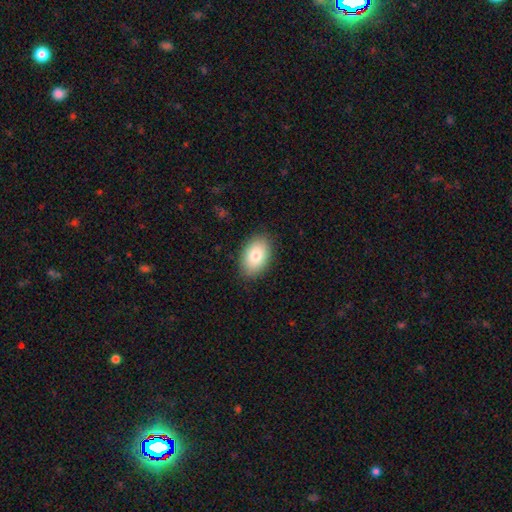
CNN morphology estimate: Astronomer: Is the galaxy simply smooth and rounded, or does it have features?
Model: smooth — 82%.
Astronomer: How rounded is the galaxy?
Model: in between — 89%.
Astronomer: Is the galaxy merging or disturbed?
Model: none — 87%.